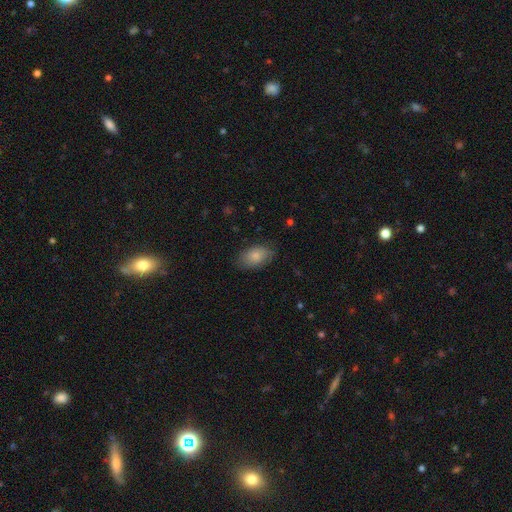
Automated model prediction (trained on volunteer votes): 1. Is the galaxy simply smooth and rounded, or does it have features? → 82% smooth, 11% featured or disk, 7% star or artifact.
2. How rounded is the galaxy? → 92% in between, 6% round, 2% cigar-shaped.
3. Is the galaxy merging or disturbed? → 79% none, 16% minor disturbance, 4% major disturbance, 1% merger.